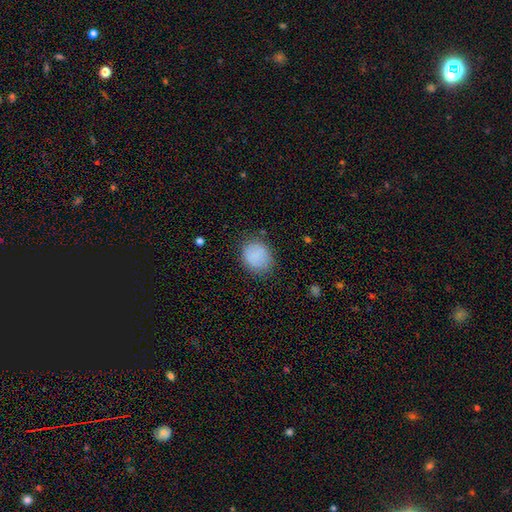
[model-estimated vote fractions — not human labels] smooth 85%, star or artifact 8%, featured or disk 6%. Down the decision tree: how rounded — round (70%); merging — none (79%).